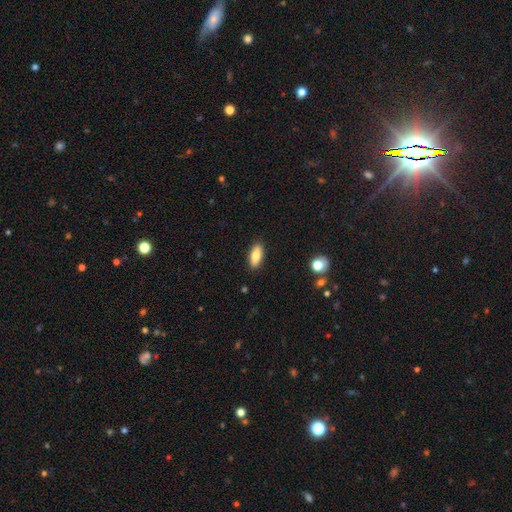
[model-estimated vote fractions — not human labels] smooth_or_featured: smooth (p=0.80) [alt: featured or disk p=0.13]
how_rounded: in between (p=0.79) [alt: cigar-shaped p=0.19]
merging: none (p=0.89) [alt: minor disturbance p=0.08]